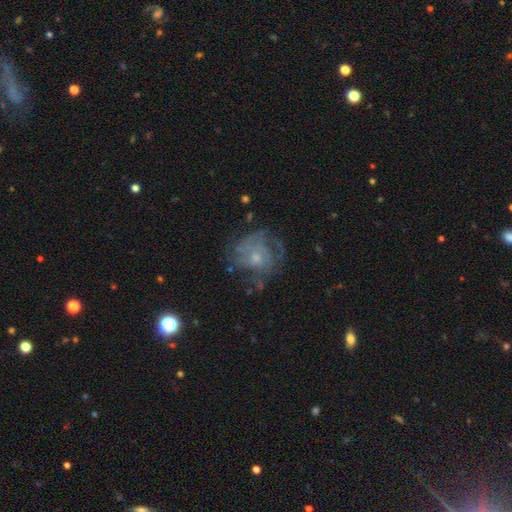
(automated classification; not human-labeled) A featured or disk galaxy (65%) with no bar (82%), spiral arms (72%) and a small central bulge (48%). Merging: none (58%).